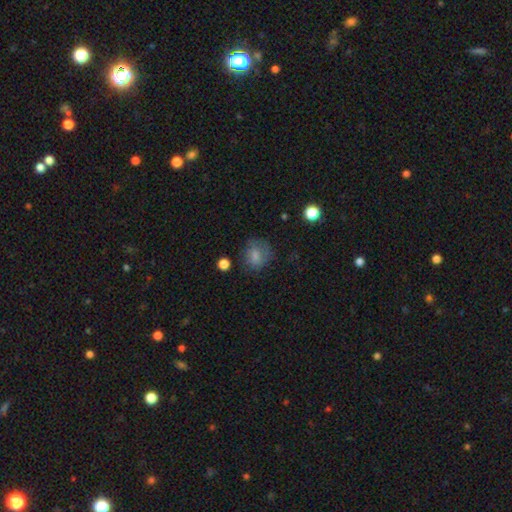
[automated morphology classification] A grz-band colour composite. It shows a smooth galaxy with no disk features (76%) that is round (64%). Merging: none (62%).